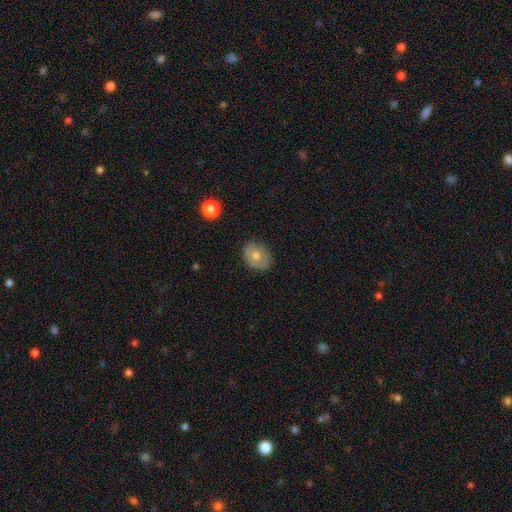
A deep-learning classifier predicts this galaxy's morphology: Smooth or featured? Predicted: smooth (p=0.60). How rounded? Predicted: in between (p=0.56). Merging? Predicted: none (p=0.81).